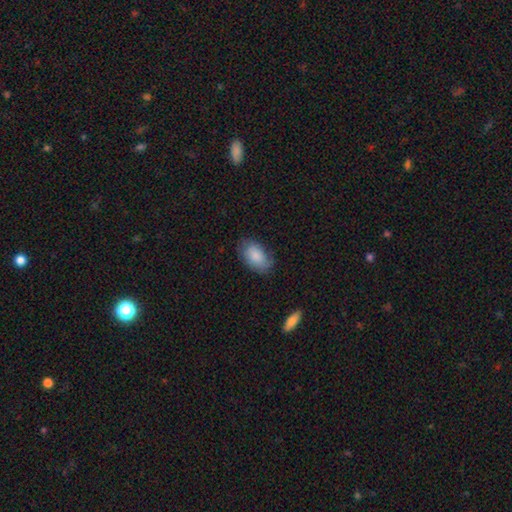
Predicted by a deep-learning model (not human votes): Smooth or featured: smooth — 84% (featured or disk — 10%)
How rounded: in between — 93% (round — 5%)
Merging: none — 74% (minor disturbance — 20%)